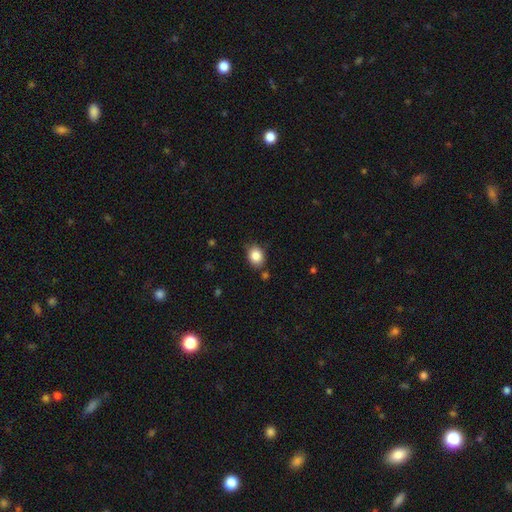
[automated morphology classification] A smooth galaxy with no disk features (86%) that is in between round and cigar-shaped (57%).

Vote fractions:
- Smooth or featured? smooth: 86% / star or artifact: 9% / featured or disk: 5%
- How rounded? in between: 57% / round: 42% / cigar-shaped: 1%
- Merging? none: 78% / minor disturbance: 14% / merger: 4% / major disturbance: 3%